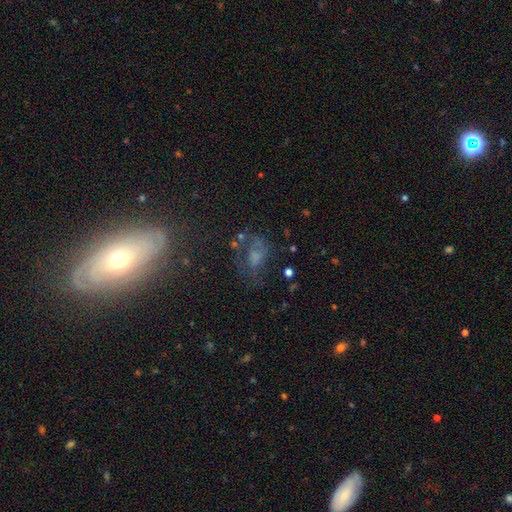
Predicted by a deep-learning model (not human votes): This appears to be a smooth galaxy with no disk features (38%). Merging: none (41%).